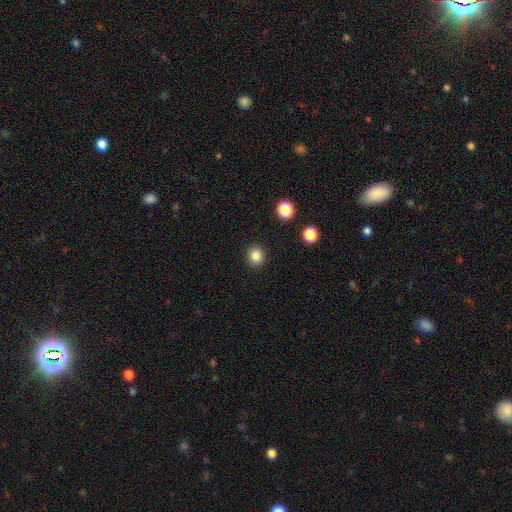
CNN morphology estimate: smooth-or-featured: smooth: 85% | star or artifact: 11% | featured or disk: 5%
  how-rounded: round: 86% | in between: 13% | cigar-shaped: 1%
  merging: none: 91% | minor disturbance: 6% | major disturbance: 2% | merger: 1%